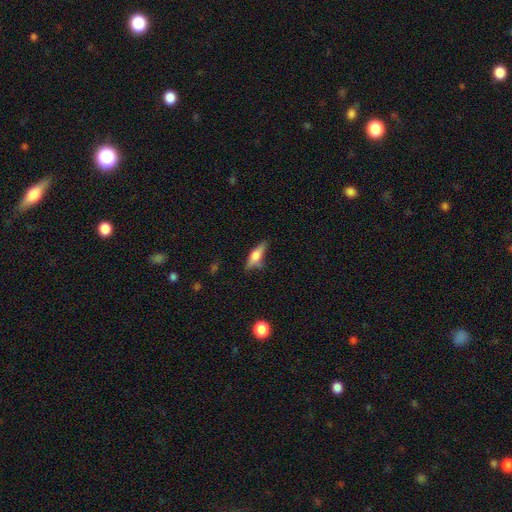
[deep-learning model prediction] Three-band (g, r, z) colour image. It shows a smooth galaxy with no disk features (50%). Merging: none (70%).